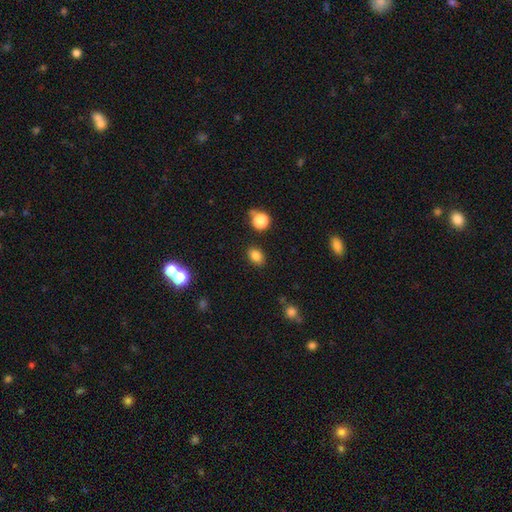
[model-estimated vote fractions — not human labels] smooth 83%, star or artifact 12%, featured or disk 5%. Down the decision tree: how rounded — in between (69%); merging — none (84%).